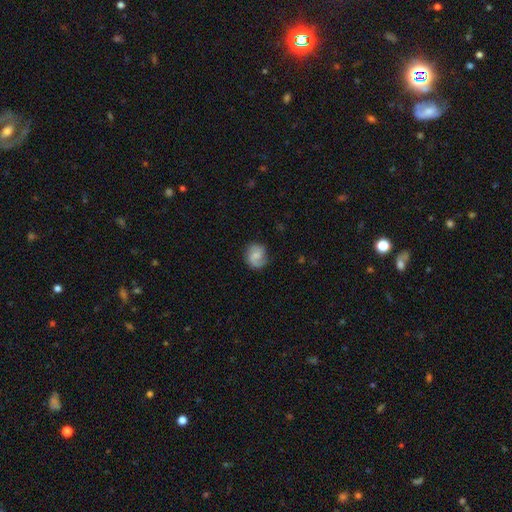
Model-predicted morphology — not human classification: A featured or disk galaxy (60%) with no bar (51%), 2 (70%) medium (44%) spiral arms (93%) and a small central bulge (38%).

Vote fractions:
- Smooth or featured? featured or disk: 60% / smooth: 33% / star or artifact: 7%
- Edge-on disk? no: 98% / yes: 2%
- Bar? no: 51% / weak: 42% / strong: 7%
- Spiral arms? yes: 93% / no: 7%
- Spiral winding? medium: 44% / tight: 31% / loose: 25%
- Spiral arm count? 2: 70% / 1: 19% / can't tell: 7% / 3: 2% / 4: 1% / more than 4: 1%
- Bulge size? small: 38% / moderate: 32% / none: 24% / large: 5% / dominant: 1%
- Merging? none: 74% / minor disturbance: 18% / major disturbance: 7% / merger: 1%